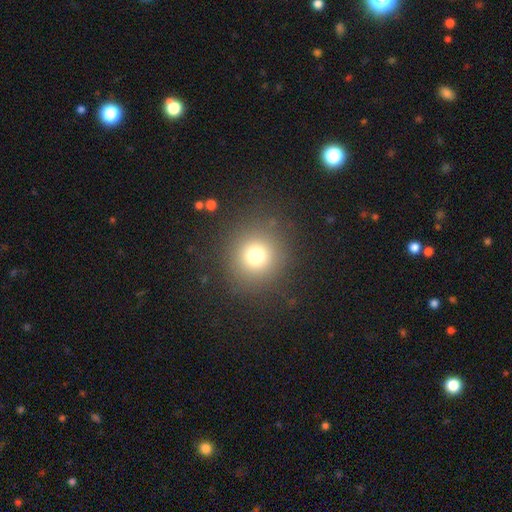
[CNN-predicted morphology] smooth-or-featured: smooth: 73% | star or artifact: 17% | featured or disk: 9%
  how-rounded: round: 94% | in between: 5% | cigar-shaped: 1%
  merging: none: 87% | minor disturbance: 7% | major disturbance: 4% | merger: 2%